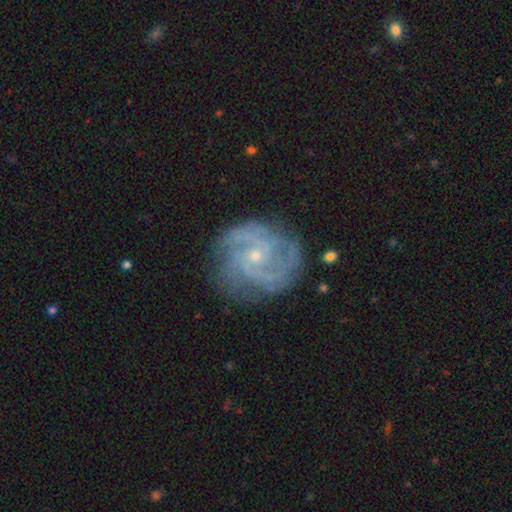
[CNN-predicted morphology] Smooth or featured?
  - featured or disk: 88% *
  - star or artifact: 6%
  - smooth: 6%
Edge-on disk?
  - no: 98% *
  - yes: 2%
Bar?
  - no: 67% *
  - weak: 28%
  - strong: 5%
Spiral arms?
  - yes: 97% *
  - no: 3%
Spiral winding?
  - tight: 55% *
  - medium: 38%
  - loose: 7%
Spiral arm count?
  - 3: 29% *
  - 2: 26%
  - can't tell: 18%
  - 4: 13%
  - more than 4: 7%
  - 1: 6%
Bulge size?
  - small: 76% *
  - moderate: 21%
  - none: 2%
  - large: 1%
  - dominant: 1%
Merging?
  - none: 76% *
  - minor disturbance: 16%
  - major disturbance: 6%
  - merger: 1%